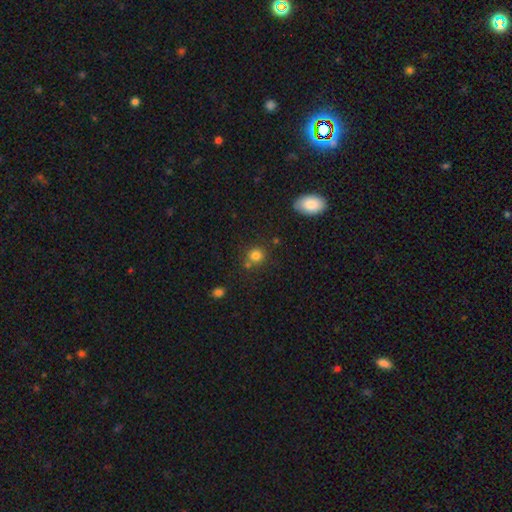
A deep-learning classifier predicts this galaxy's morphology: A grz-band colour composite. It shows a smooth galaxy with no disk features (80%) that is round (88%). Merging: none (72%).